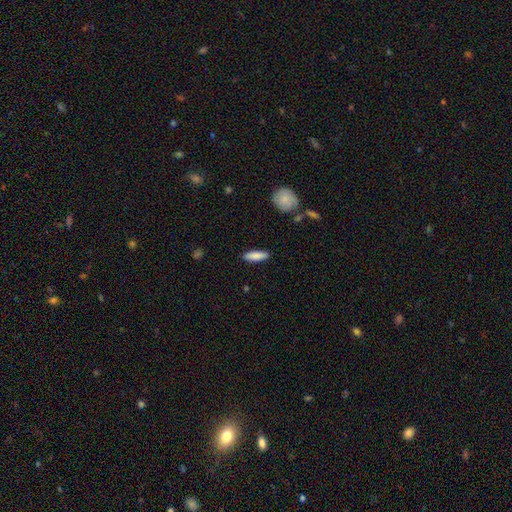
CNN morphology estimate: A smooth galaxy with no disk features (85%) that is cigar-shaped (55%). Merging: none (89%).